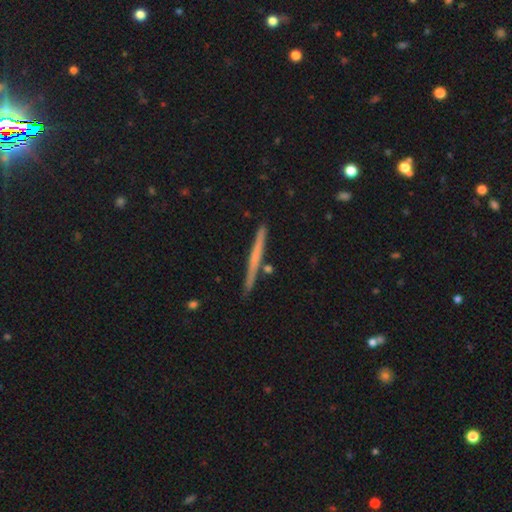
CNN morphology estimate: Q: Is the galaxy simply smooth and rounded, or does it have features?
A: featured or disk — 50%.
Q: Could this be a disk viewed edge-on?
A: yes — 98%.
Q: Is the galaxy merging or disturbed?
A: none — 88%.